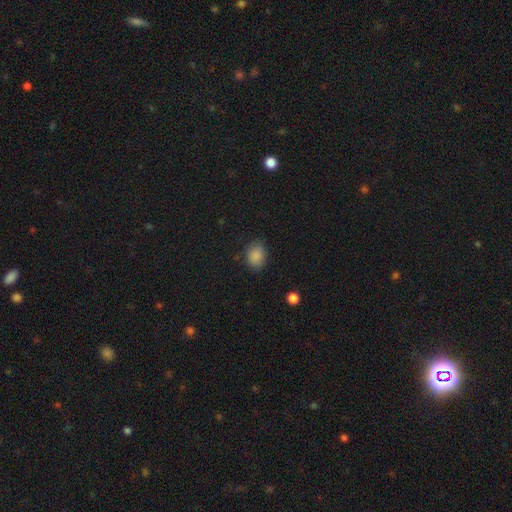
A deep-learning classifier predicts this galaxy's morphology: This appears to be a smooth galaxy with no disk features (87%) that is in between round and cigar-shaped (59%). Merging: none (82%).